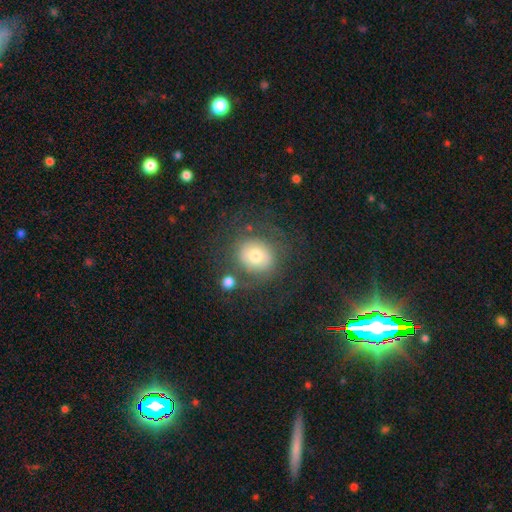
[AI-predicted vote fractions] This is likely a smooth galaxy (60%). How rounded: likely round (79%). Merging: likely none (67%).